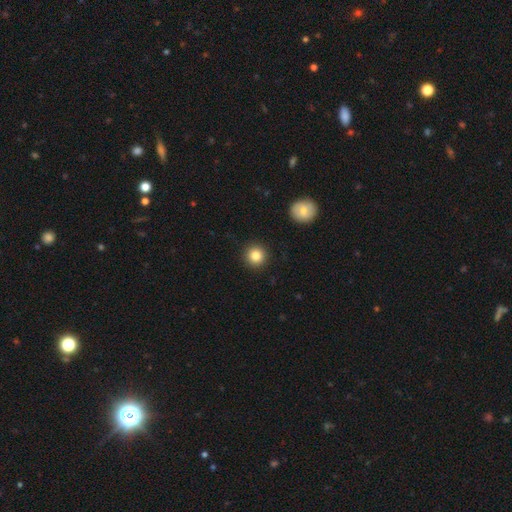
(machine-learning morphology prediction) This is clearly a smooth galaxy (84%). How rounded: clearly round (95%). Merging: clearly none (92%).